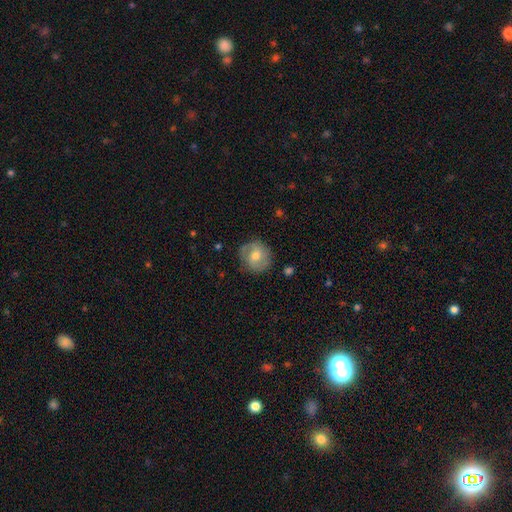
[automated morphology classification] A featured or disk galaxy (47%). Merging: none (79%).